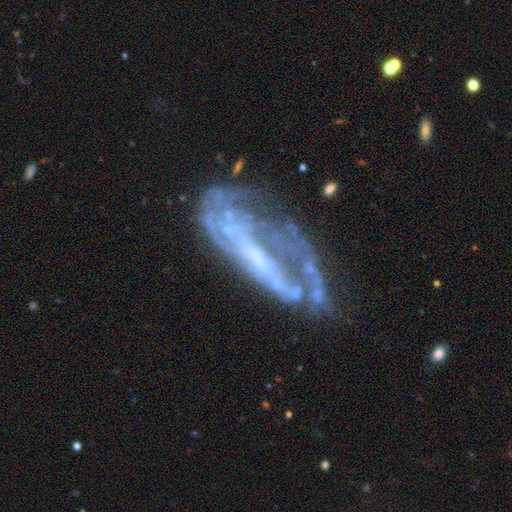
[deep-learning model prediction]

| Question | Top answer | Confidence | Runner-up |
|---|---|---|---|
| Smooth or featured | featured or disk | 75% | smooth (15%) |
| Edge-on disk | no | 82% | yes (18%) |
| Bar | no | 45% | weak (29%) |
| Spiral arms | yes | 55% | no (45%) |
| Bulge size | none | 42% | small (38%) |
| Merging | none | 41% | major disturbance (30%) |